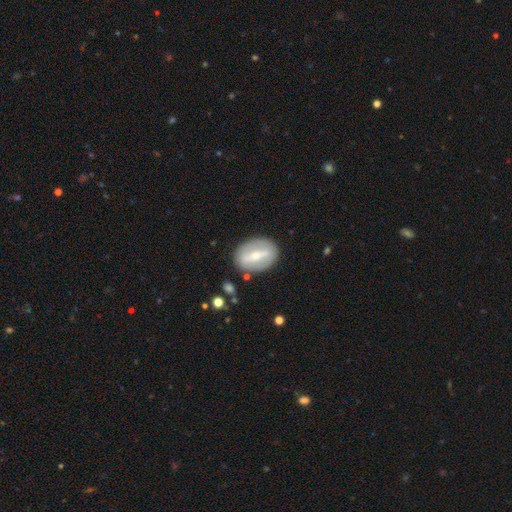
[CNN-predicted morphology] A featured or disk galaxy (60%) with a strong bar (69%), no spiral arms (80%) and a small central bulge (51%).

Vote fractions:
- Smooth or featured? featured or disk: 60% / smooth: 34% / star or artifact: 6%
- Edge-on disk? no: 86% / yes: 14%
- Bar? strong: 69% / weak: 22% / no: 9%
- Spiral arms? no: 80% / yes: 20%
- Bulge size? small: 51% / moderate: 43% / large: 3% / none: 2% / dominant: 1%
- Merging? none: 84% / minor disturbance: 10% / major disturbance: 4% / merger: 2%